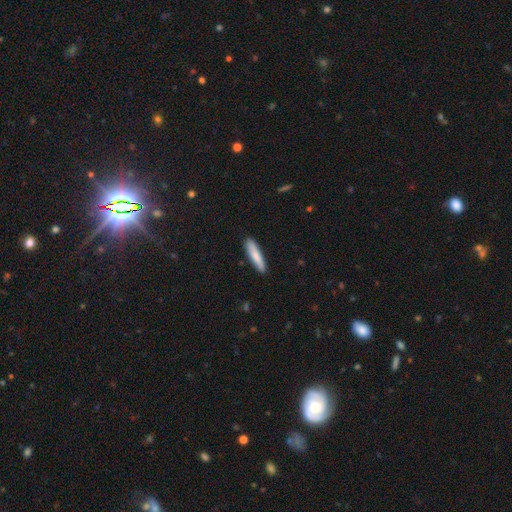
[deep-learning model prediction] This is clearly a smooth galaxy (80%). How rounded: clearly cigar-shaped (83%). Merging: clearly none (87%).